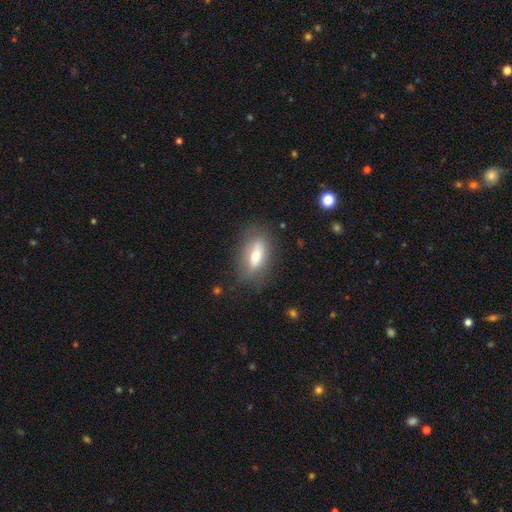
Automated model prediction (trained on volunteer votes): A smooth galaxy with no disk features (63%) that is in between round and cigar-shaped (75%).

Vote fractions:
- Smooth or featured? smooth: 63% / featured or disk: 29% / star or artifact: 8%
- How rounded? in between: 75% / cigar-shaped: 21% / round: 4%
- Merging? none: 76% / minor disturbance: 16% / major disturbance: 6% / merger: 2%